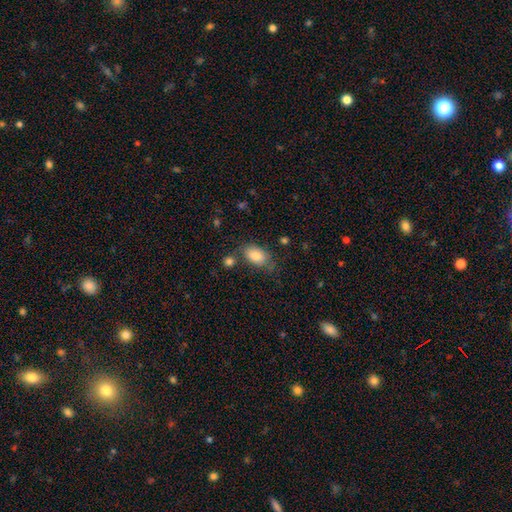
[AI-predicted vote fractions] A smooth galaxy with no disk features (84%) that is in between round and cigar-shaped (91%).

Vote fractions:
- Smooth or featured? smooth: 84% / featured or disk: 9% / star or artifact: 7%
- How rounded? in between: 91% / round: 7% / cigar-shaped: 2%
- Merging? none: 61% / minor disturbance: 22% / merger: 8% / major disturbance: 8%